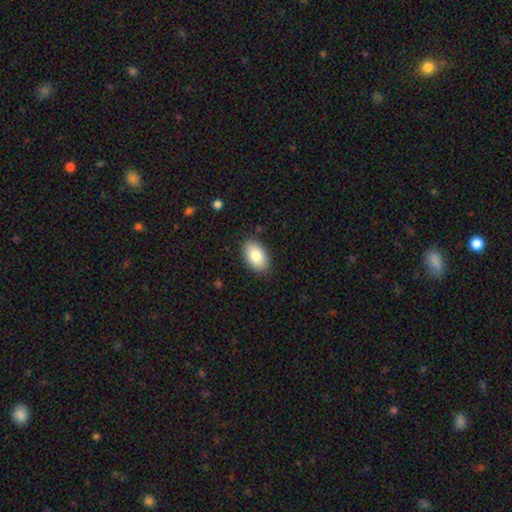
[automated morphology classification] smooth_or_featured: smooth (p=0.85) [alt: featured or disk p=0.09]
how_rounded: in between (p=0.94) [alt: round p=0.05]
merging: none (p=0.87) [alt: minor disturbance p=0.10]